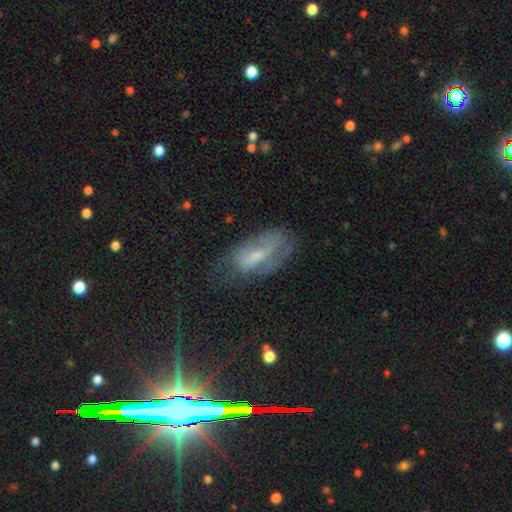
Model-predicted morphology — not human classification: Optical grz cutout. It shows a featured or disk galaxy (53%). Merging: none (52%).